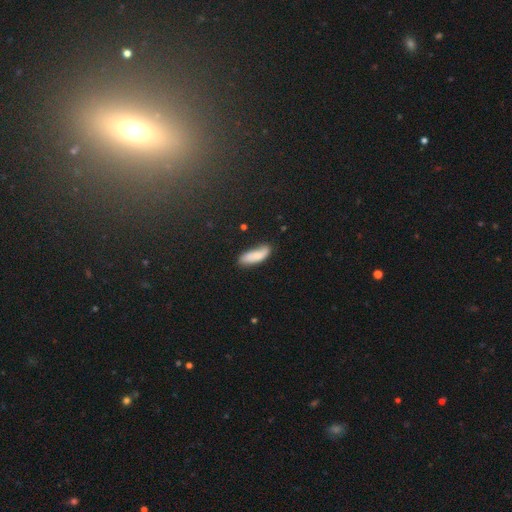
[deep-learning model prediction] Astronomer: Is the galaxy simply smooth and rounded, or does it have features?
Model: smooth — 77%.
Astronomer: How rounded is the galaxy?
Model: in between — 56% (runner-up: cigar-shaped, 42%).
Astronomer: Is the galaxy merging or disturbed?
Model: none — 69%.